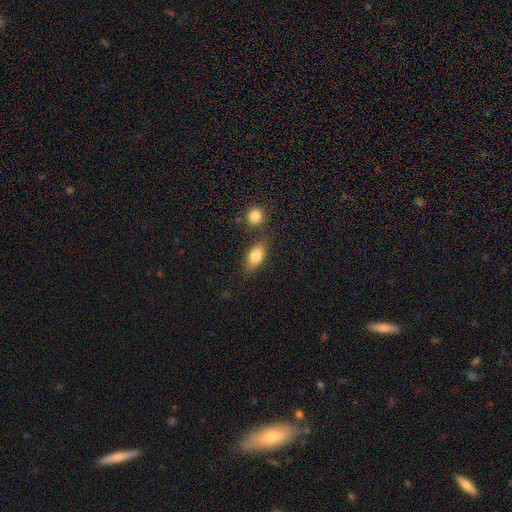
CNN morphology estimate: A smooth galaxy with no disk features (77%) that is in between round and cigar-shaped (80%).

Vote fractions:
- Smooth or featured? smooth: 77% / featured or disk: 15% / star or artifact: 8%
- How rounded? in between: 80% / cigar-shaped: 13% / round: 7%
- Merging? none: 75% / minor disturbance: 13% / merger: 8% / major disturbance: 4%